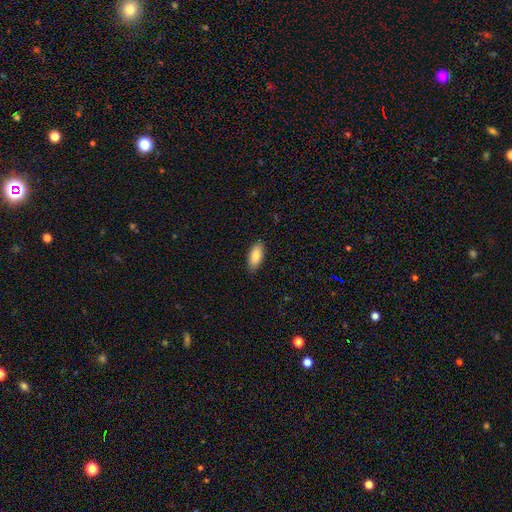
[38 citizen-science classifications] Volunteers were most divided on "merging": none: 86%, minor disturbance: 9%, major disturbance: 6%, merger: 0%. More confident: how rounded — in between (91%); smooth or featured — smooth (87%).